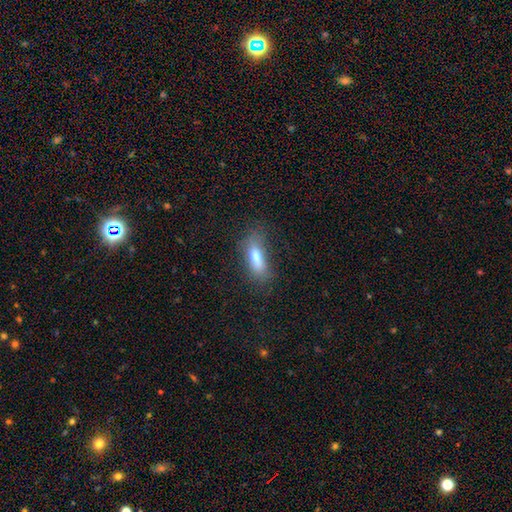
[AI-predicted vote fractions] This appears to be a smooth galaxy with no disk features (68%) that is in between round and cigar-shaped (63%). Merging: none (64%).